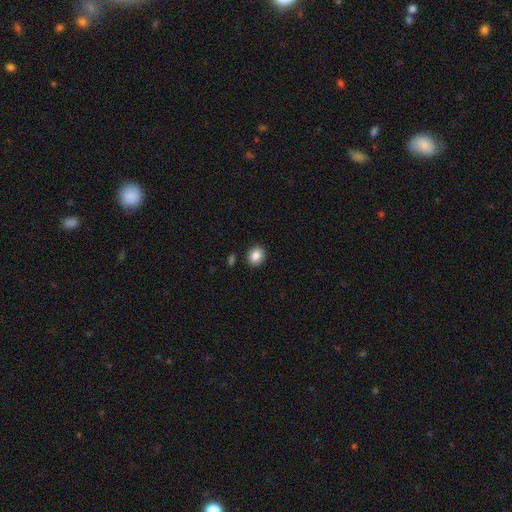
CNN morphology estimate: type=smooth (86%); roundness=round (67%); merging=none (90%).